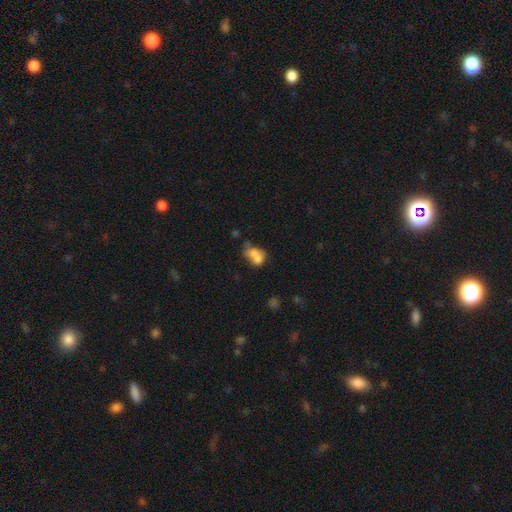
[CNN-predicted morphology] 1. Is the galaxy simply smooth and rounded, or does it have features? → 69% smooth, 20% featured or disk, 11% star or artifact.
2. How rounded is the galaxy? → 65% in between, 33% round, 2% cigar-shaped.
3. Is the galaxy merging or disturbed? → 57% merger, 22% none, 12% minor disturbance, 9% major disturbance.